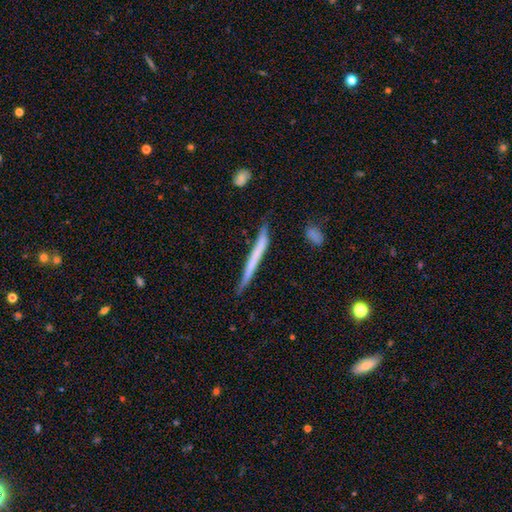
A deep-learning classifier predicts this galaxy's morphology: smooth 49%, featured or disk 45%, star or artifact 6%. Down the decision tree: merging — none (76%).